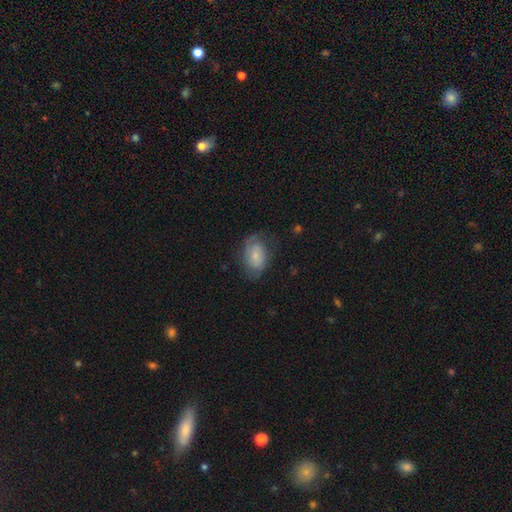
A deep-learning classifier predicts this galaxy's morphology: Smooth or featured: smooth — 53% (featured or disk — 39%)
How rounded: in between — 84% (round — 15%)
Merging: none — 56% (minor disturbance — 26%)